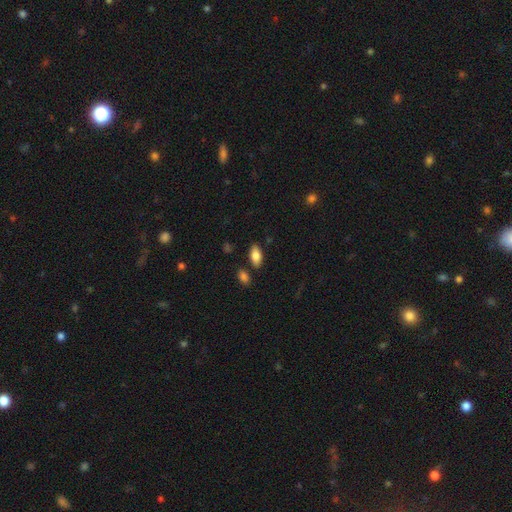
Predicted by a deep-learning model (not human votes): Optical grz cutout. It shows a smooth galaxy with no disk features (81%) that is in between round and cigar-shaped (90%). Merging: none (83%).